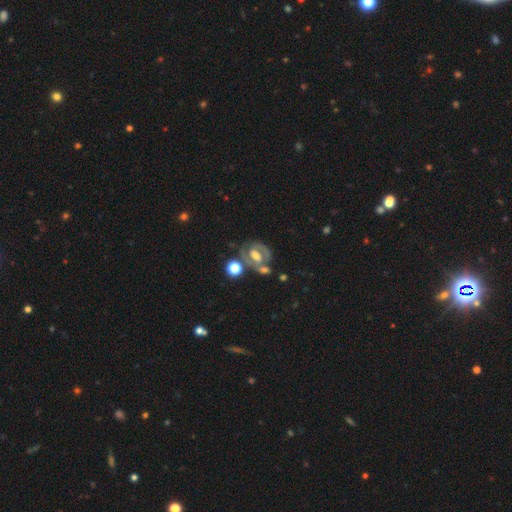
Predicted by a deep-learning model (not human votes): Q: Smooth or featured?
A: featured or disk (64%); runner-up: smooth (26%)
Q: Edge-on disk?
A: no (95%); runner-up: yes (5%)
Q: Bar?
A: weak (38%); runner-up: no (35%)
Q: Spiral arms?
A: yes (59%); runner-up: no (41%)
Q: Bulge size?
A: moderate (51%); runner-up: large (22%)
Q: Merging?
A: none (47%); runner-up: merger (23%)